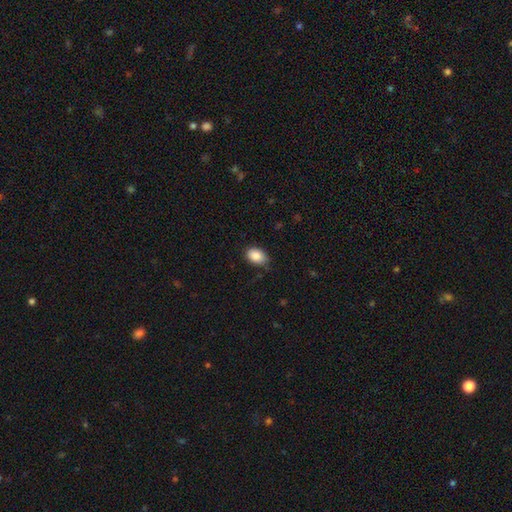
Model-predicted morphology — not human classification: This is clearly a smooth galaxy (88%). How rounded: clearly in between (84%). Merging: likely none (74%).